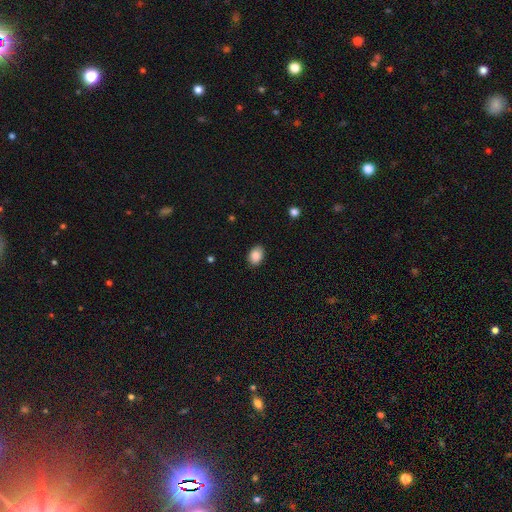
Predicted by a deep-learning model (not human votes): smooth_or_featured: smooth (p=0.88) [alt: star or artifact p=0.08]
how_rounded: in between (p=0.80) [alt: round p=0.19]
merging: none (p=0.87) [alt: minor disturbance p=0.10]